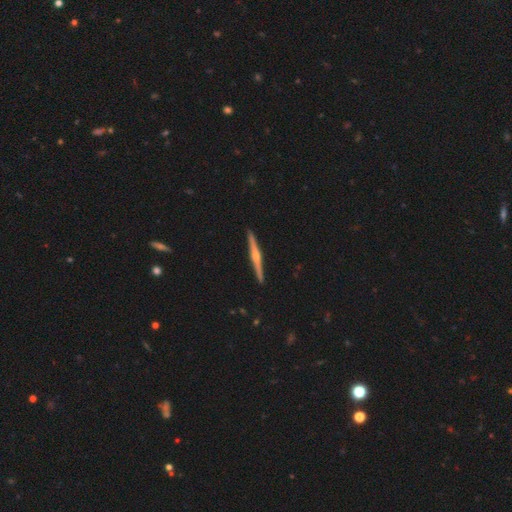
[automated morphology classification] A featured or disk galaxy (82%) viewed edge-on (99%) with a rounded central bulge (88%).

Vote fractions:
- Smooth or featured? featured or disk: 82% / smooth: 13% / star or artifact: 5%
- Edge-on disk? yes: 99% / no: 1%
- Edge-on bulge? rounded: 88% / none: 6% / boxy: 6%
- Merging? none: 93% / minor disturbance: 5% / major disturbance: 1% / merger: 1%